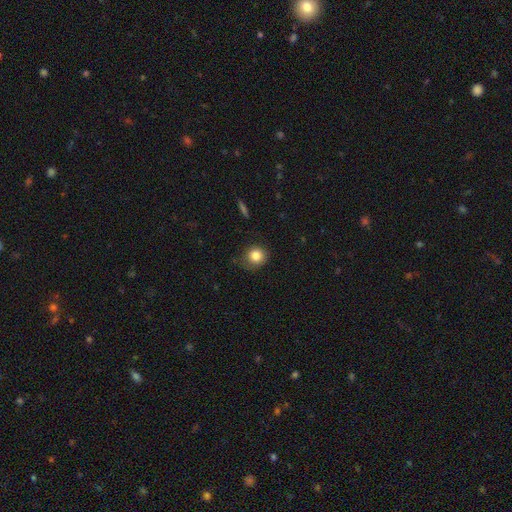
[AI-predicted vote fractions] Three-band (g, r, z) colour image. It shows a smooth galaxy with no disk features (82%) that is round (86%). Merging: none (71%).